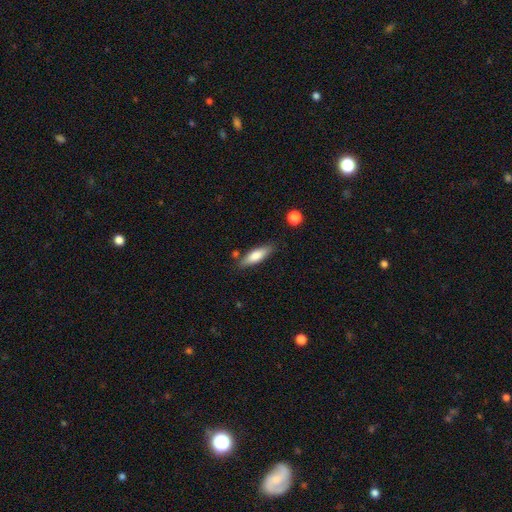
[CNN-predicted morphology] smooth-or-featured: smooth: 73% | featured or disk: 21% | star or artifact: 6%
  how-rounded: cigar-shaped: 54% | in between: 44% | round: 2%
  merging: none: 79% | minor disturbance: 14% | merger: 5% | major disturbance: 3%